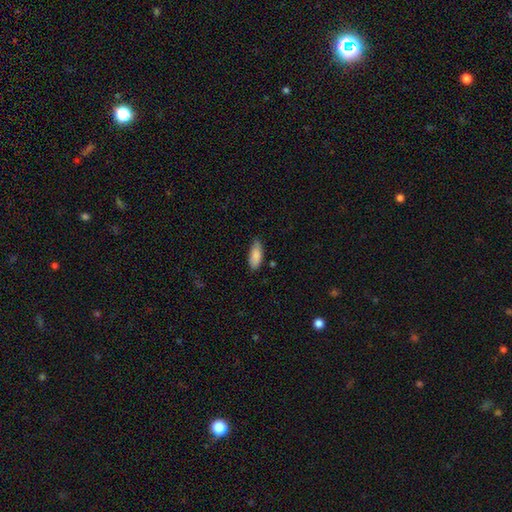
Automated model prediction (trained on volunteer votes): A smooth galaxy with no disk features (87%) that is in between round and cigar-shaped (84%).

Vote fractions:
- Smooth or featured? smooth: 87% / featured or disk: 7% / star or artifact: 6%
- How rounded? in between: 84% / cigar-shaped: 14% / round: 2%
- Merging? none: 73% / minor disturbance: 22% / major disturbance: 3% / merger: 2%